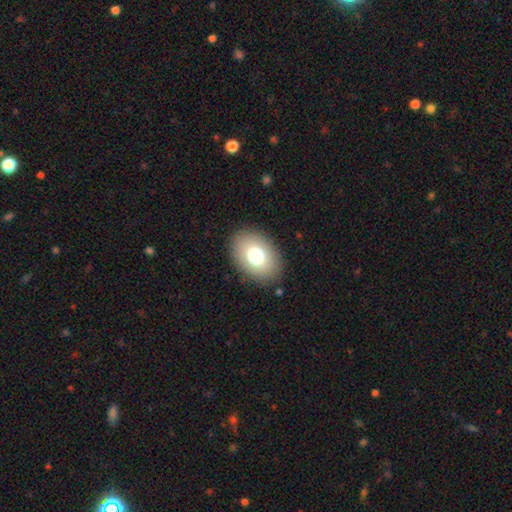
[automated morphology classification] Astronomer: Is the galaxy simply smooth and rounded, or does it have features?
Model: smooth — 76%.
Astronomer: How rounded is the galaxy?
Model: in between — 82%.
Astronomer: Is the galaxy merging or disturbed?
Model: none — 87%.